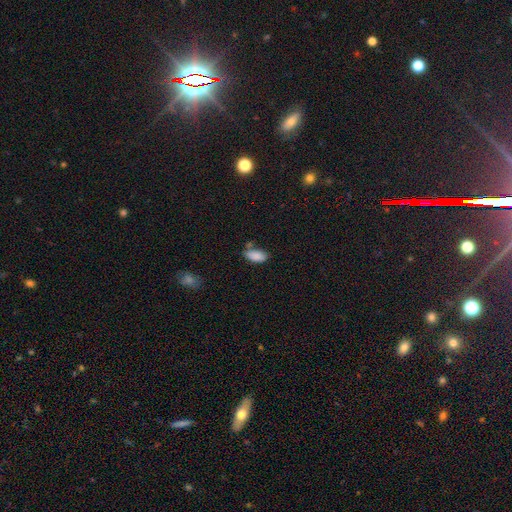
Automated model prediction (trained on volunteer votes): A smooth galaxy with no disk features (87%) that is in between round and cigar-shaped (92%). Merging: none (61%).